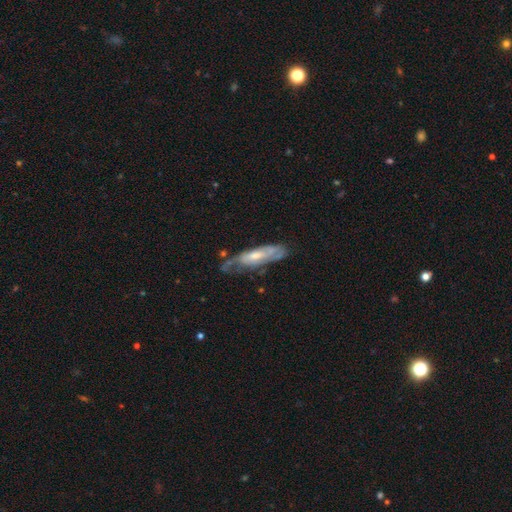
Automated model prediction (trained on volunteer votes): Q: Smooth or featured?
A: featured or disk (69%); runner-up: smooth (25%)
Q: Edge-on disk?
A: no (65%); runner-up: yes (35%)
Q: Merging?
A: none (55%); runner-up: minor disturbance (28%)